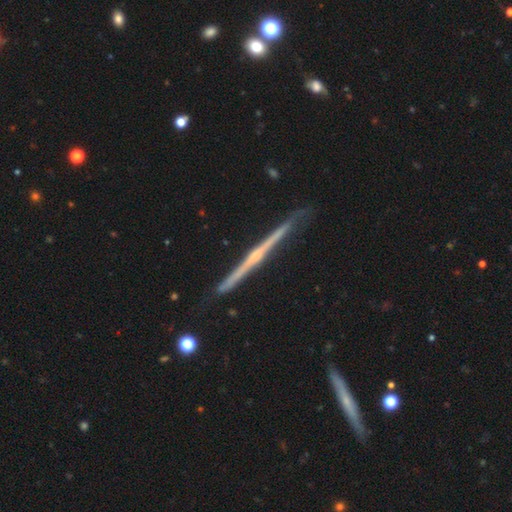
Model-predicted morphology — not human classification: Smooth or featured?
  - featured or disk: 85% *
  - smooth: 11%
  - star or artifact: 5%
Edge-on disk?
  - yes: 99% *
  - no: 1%
Edge-on bulge?
  - rounded: 60% *
  - none: 32%
  - boxy: 8%
Merging?
  - none: 87% *
  - minor disturbance: 10%
  - merger: 2%
  - major disturbance: 2%